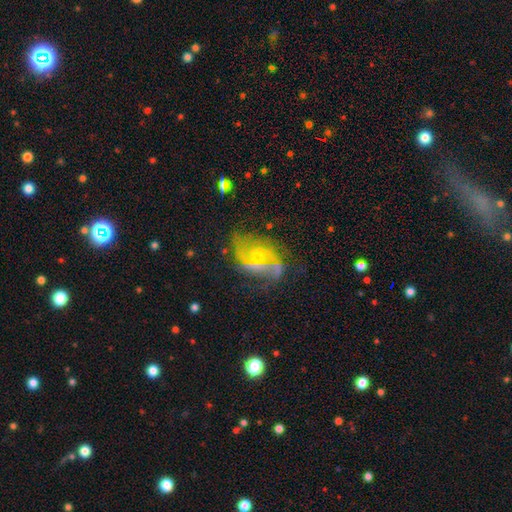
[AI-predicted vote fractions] This is likely a featured or disk galaxy (74%). It is clearly not viewed edge-on (97%). Bar: possibly no (48%). Spiral arm pattern: likely yes (79%). Spiral arm count: possibly 2 (50%). Spiral winding: marginally medium (43%). Central bulge: possibly small (59%). Merging: possibly none (47%).